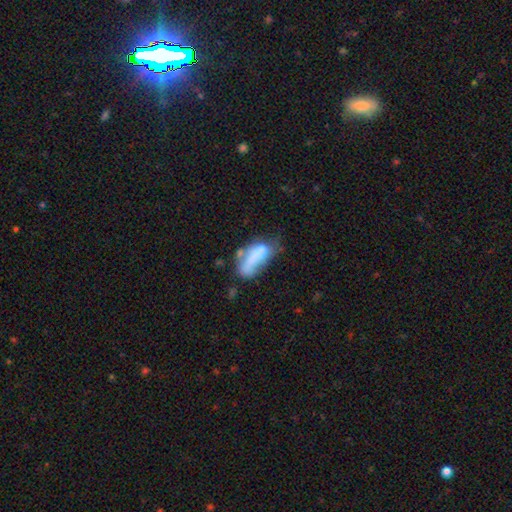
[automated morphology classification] smooth-or-featured: smooth: 61% | featured or disk: 30% | star or artifact: 10%
  how-rounded: in between: 76% | cigar-shaped: 20% | round: 3%
  merging: major disturbance: 29% | none: 24% | minor disturbance: 24% | merger: 23%